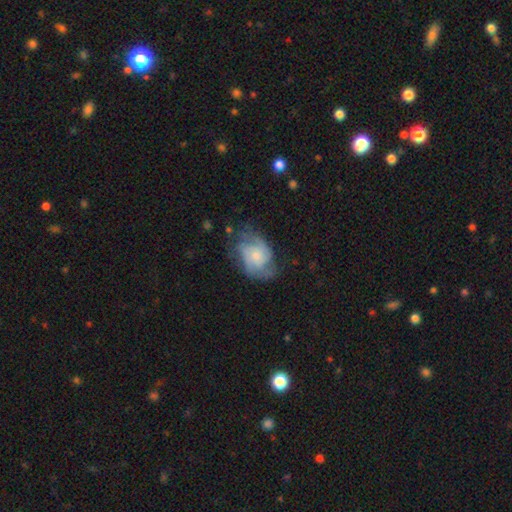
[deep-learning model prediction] smooth-or-featured: featured or disk: 67% | smooth: 26% | star or artifact: 7%
  disk-edge-on: no: 97% | yes: 3%
    bar: no: 70% | weak: 26% | strong: 4%
    has-spiral-arms: yes: 87% | no: 13%
      spiral-winding: medium: 47% | tight: 33% | loose: 20%
      spiral-arm-count: 2: 46% | can't tell: 25% | 3: 17% | 1: 5% | 4: 4% | more than 4: 3%
    bulge-size: small: 36% | moderate: 34% | none: 15% | large: 12% | dominant: 2%
  merging: none: 52% | minor disturbance: 27% | major disturbance: 19% | merger: 2%